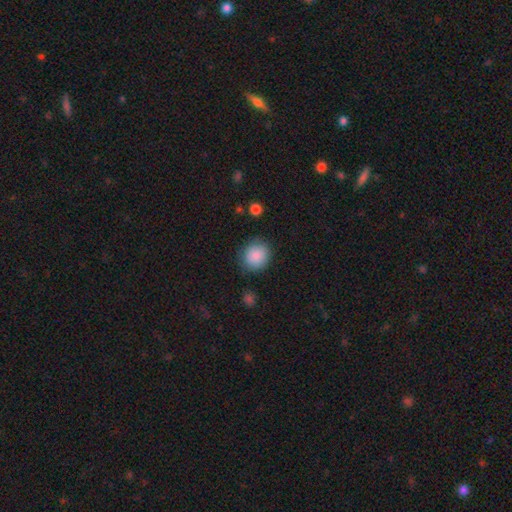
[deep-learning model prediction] smooth_or_featured: smooth (p=0.87) [alt: star or artifact p=0.08]
how_rounded: round (p=0.78) [alt: in between p=0.21]
merging: none (p=0.81) [alt: minor disturbance p=0.13]